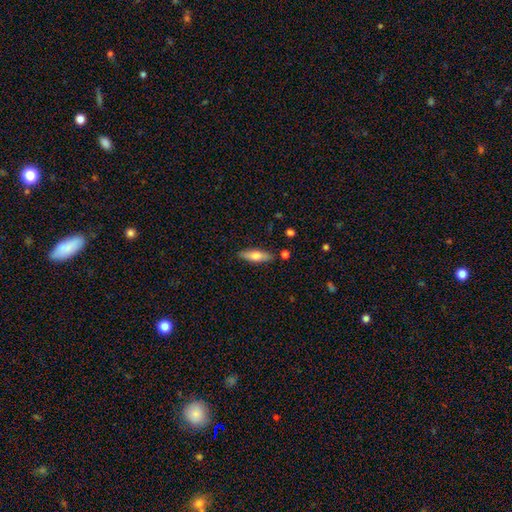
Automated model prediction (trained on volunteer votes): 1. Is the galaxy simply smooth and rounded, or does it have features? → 64% smooth, 30% featured or disk, 6% star or artifact.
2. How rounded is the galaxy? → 49% in between, 48% cigar-shaped, 2% round.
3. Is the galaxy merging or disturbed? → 84% none, 11% minor disturbance, 3% merger, 2% major disturbance.